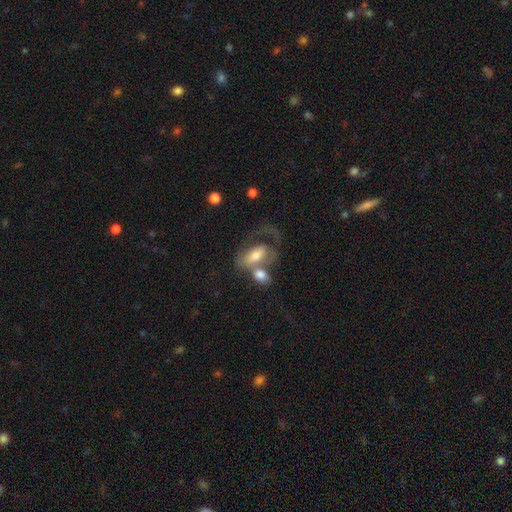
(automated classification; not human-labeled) Smooth or featured? Predicted: smooth (p=0.51). How rounded? Predicted: in between (p=0.87). Merging? Predicted: merger (p=0.52).